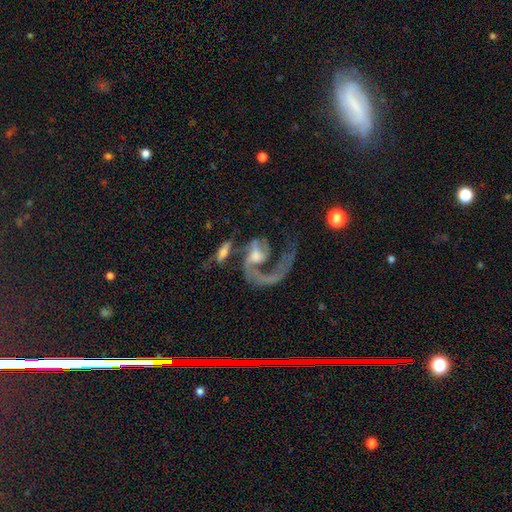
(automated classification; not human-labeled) This is clearly a featured or disk galaxy (81%). It is clearly not viewed edge-on (97%). Bar: possibly no (56%). Spiral arm pattern: clearly yes (89%). Spiral arm count: likely 1 (71%). Spiral winding: possibly loose (53%). Central bulge: possibly moderate (47%). Merging: marginally major disturbance (38%).